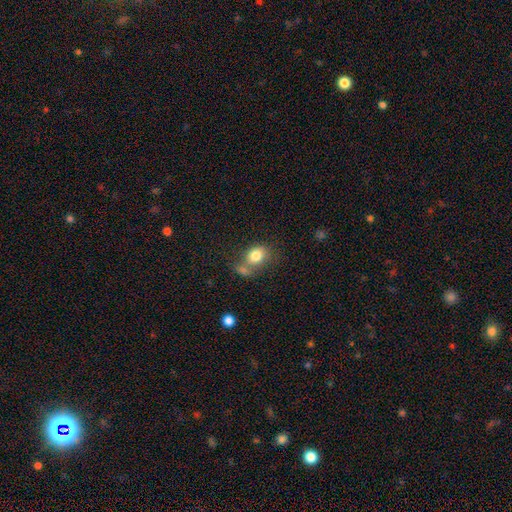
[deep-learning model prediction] Smooth or featured? Predicted: smooth (p=0.80). How rounded? Predicted: in between (p=0.53). Merging? Predicted: none (p=0.40).